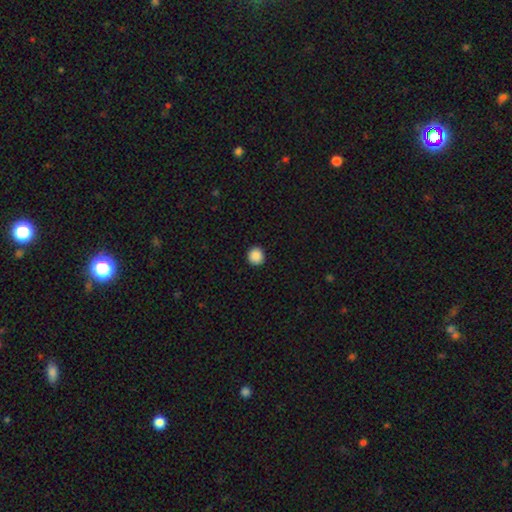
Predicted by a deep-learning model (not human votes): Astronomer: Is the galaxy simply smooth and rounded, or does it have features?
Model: smooth — 89%.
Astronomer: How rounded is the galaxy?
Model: round — 92%.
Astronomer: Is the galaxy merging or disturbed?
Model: none — 93%.